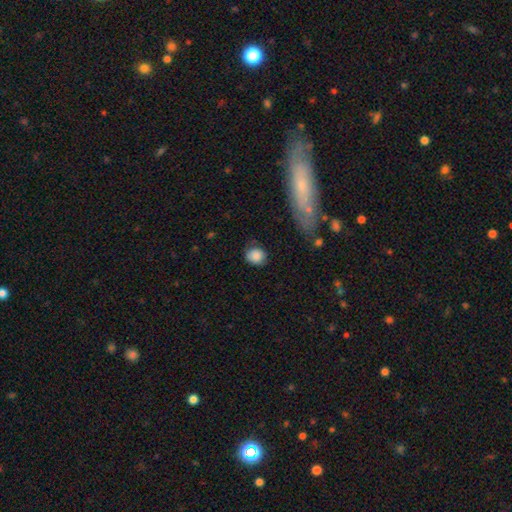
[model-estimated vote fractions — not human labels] Smooth or featured? smooth (86%)
How rounded? round (73%)
Merging? none (73%)